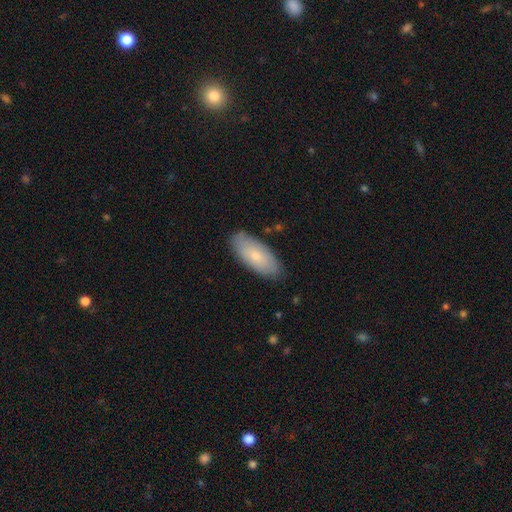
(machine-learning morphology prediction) smooth 71%, featured or disk 24%, star or artifact 6%. Down the decision tree: how rounded — in between (88%); merging — none (84%).